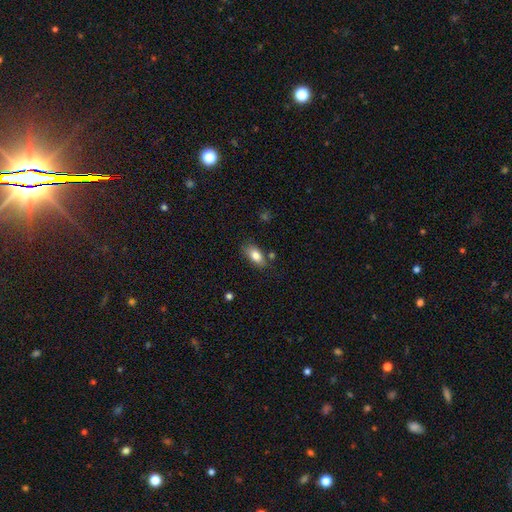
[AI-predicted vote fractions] smooth 82%, featured or disk 11%, star or artifact 7%. Down the decision tree: how rounded — in between (90%); merging — none (75%).